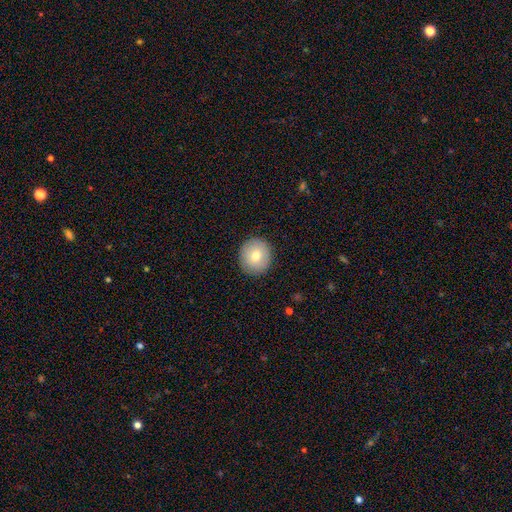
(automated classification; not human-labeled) This appears to be a smooth galaxy with no disk features (74%) that is round (90%). Merging: none (90%).